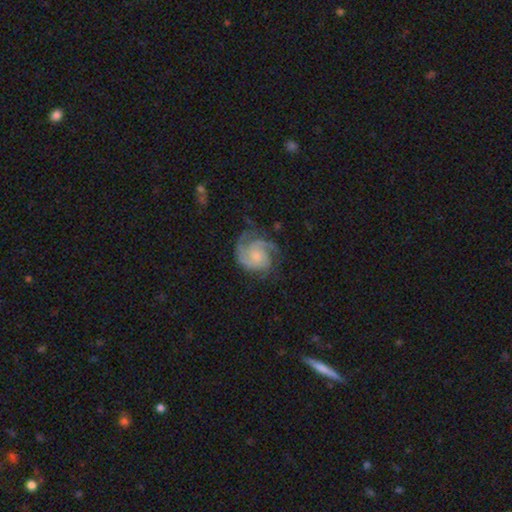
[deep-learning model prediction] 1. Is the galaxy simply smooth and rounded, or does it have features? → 84% featured or disk, 11% smooth, 5% star or artifact.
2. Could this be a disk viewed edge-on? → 98% no, 2% yes.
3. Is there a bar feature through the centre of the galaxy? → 72% no, 24% weak, 3% strong.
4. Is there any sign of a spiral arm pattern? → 96% yes, 4% no.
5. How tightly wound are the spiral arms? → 44% tight, 43% medium, 13% loose.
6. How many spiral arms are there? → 33% 3, 32% 2, 16% can't tell, 7% 4, 6% 1, 5% more than 4.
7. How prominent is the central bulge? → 58% small, 26% moderate, 11% none, 4% large, 1% dominant.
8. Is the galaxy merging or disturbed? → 62% none, 21% minor disturbance, 16% major disturbance, 2% merger.